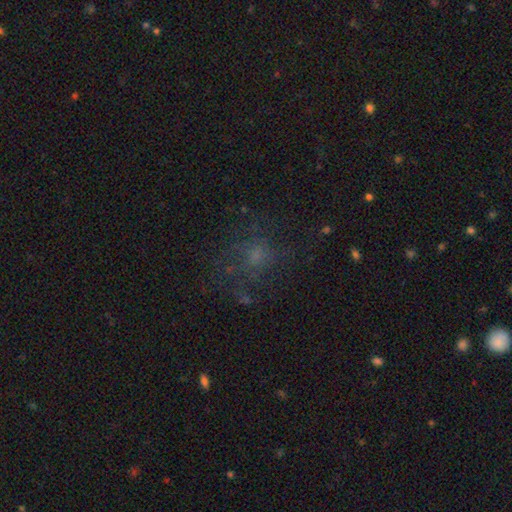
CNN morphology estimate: A smooth galaxy with no disk features (48%).

Vote fractions:
- Smooth or featured? smooth: 48% / featured or disk: 27% / star or artifact: 25%
- Merging? none: 60% / major disturbance: 21% / minor disturbance: 17% / merger: 2%